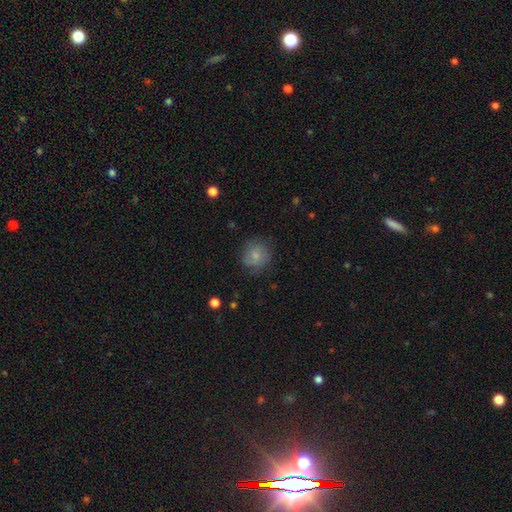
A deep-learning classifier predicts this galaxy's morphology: Overall: smooth (74%). How rounded: round (84%). Merging: none (72%).